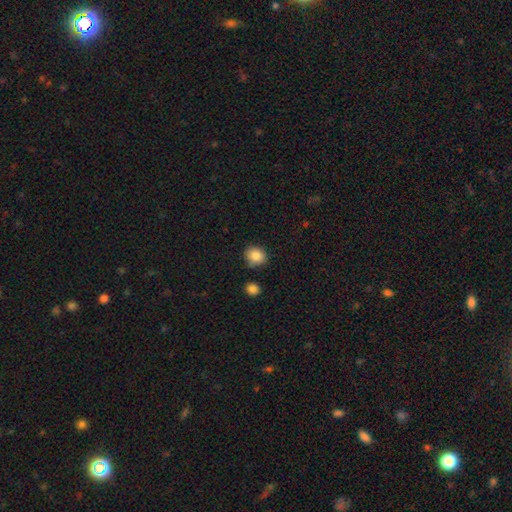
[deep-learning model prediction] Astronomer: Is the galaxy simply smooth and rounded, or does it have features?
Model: smooth — 86%.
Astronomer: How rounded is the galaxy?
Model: round — 69%.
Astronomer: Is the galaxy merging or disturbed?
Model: none — 78%.